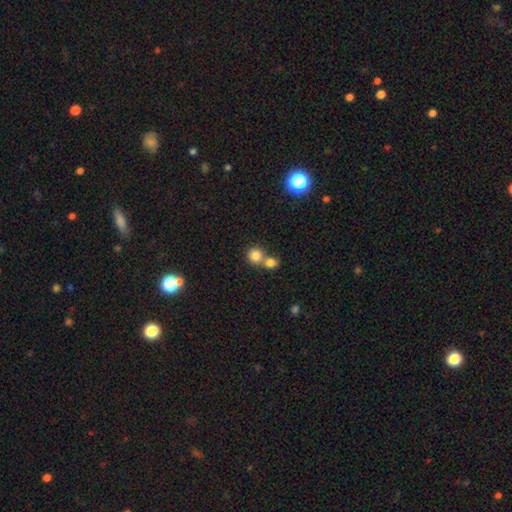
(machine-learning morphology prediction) smooth 82%, star or artifact 11%, featured or disk 7%. Down the decision tree: how rounded — round (87%); merging — merger (50%).